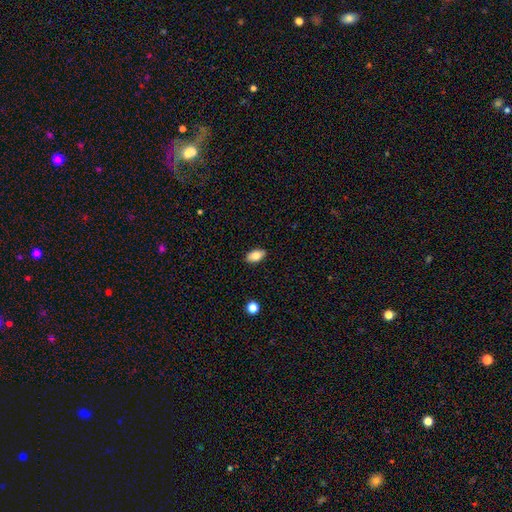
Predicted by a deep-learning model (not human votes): Smooth or featured? Predicted: smooth (p=0.81). How rounded? Predicted: in between (p=0.91). Merging? Predicted: none (p=0.88).